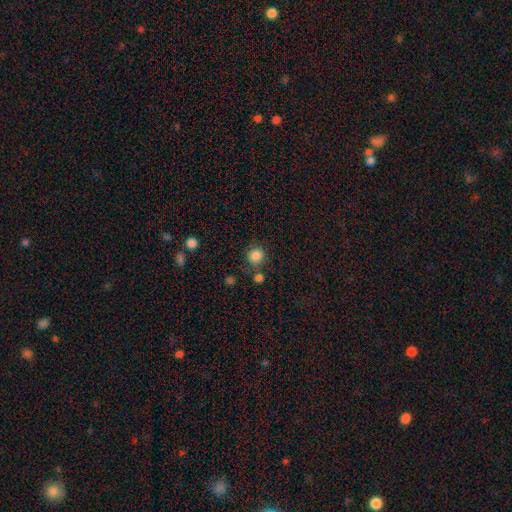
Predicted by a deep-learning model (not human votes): Smooth or featured: smooth — 84% (star or artifact — 11%)
How rounded: round — 87% (in between — 12%)
Merging: none — 72% (minor disturbance — 13%)